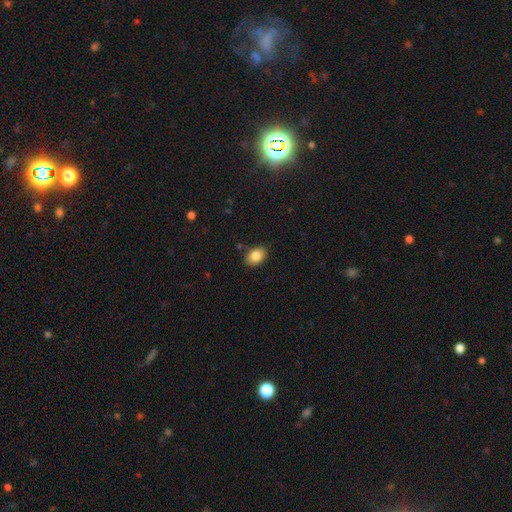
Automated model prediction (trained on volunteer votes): Q: Smooth or featured?
A: smooth (85%); runner-up: star or artifact (8%)
Q: How rounded?
A: in between (81%); runner-up: round (17%)
Q: Merging?
A: none (85%); runner-up: minor disturbance (11%)